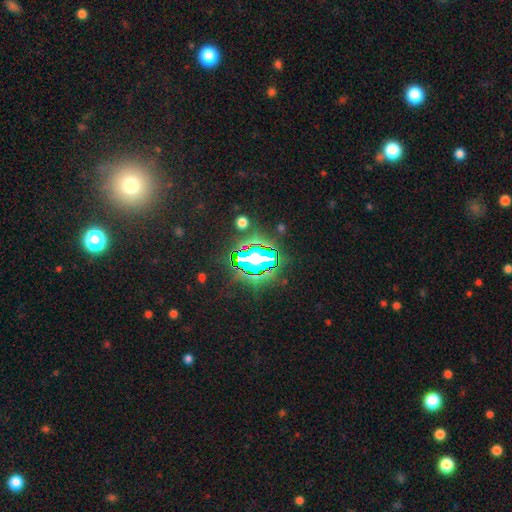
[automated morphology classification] Smooth or featured?
  - star or artifact: 79% *
  - smooth: 12%
  - featured or disk: 10%